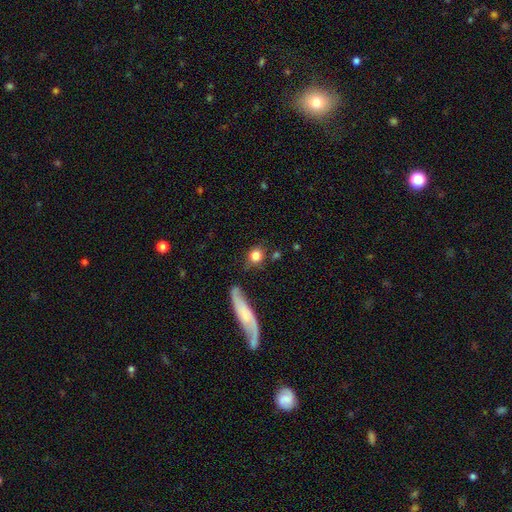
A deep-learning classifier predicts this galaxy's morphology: Smooth or featured?
  - smooth: 81% *
  - featured or disk: 10%
  - star or artifact: 9%
How rounded?
  - round: 75% *
  - in between: 20%
  - cigar-shaped: 5%
Merging?
  - none: 75% *
  - minor disturbance: 13%
  - merger: 7%
  - major disturbance: 5%